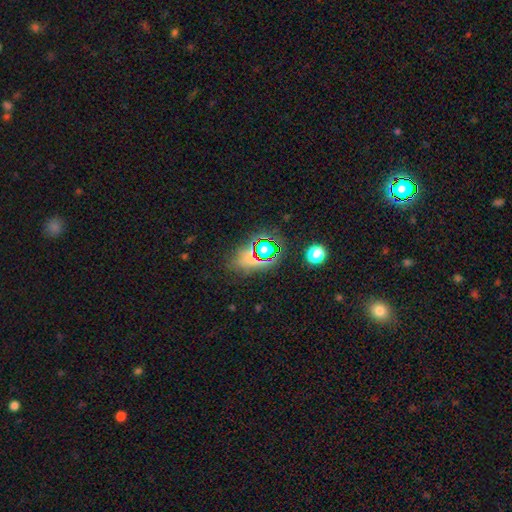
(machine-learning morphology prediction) This appears to be a star or artifact, not a galaxy (49%).